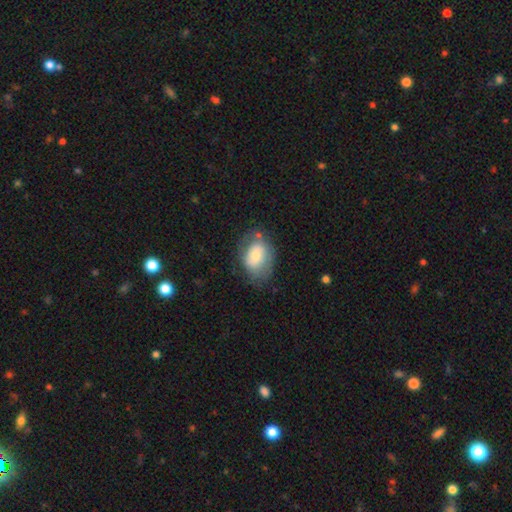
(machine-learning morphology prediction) The model was most divided on "merging": none: 59%, minor disturbance: 26%, major disturbance: 11%, merger: 5%. More confident: how rounded — in between (77%); smooth or featured — smooth (68%).